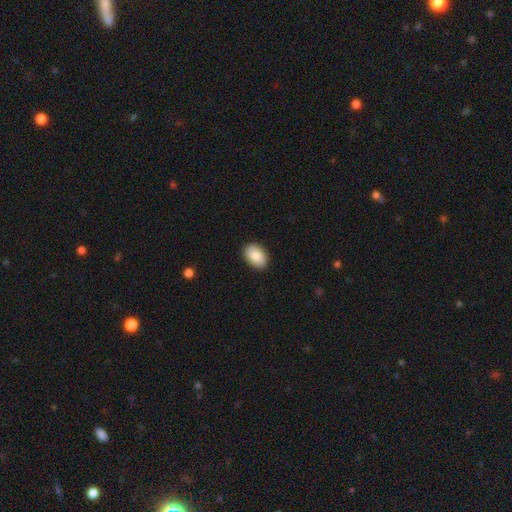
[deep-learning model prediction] Smooth or featured?
  - smooth: 87% *
  - featured or disk: 7%
  - star or artifact: 6%
How rounded?
  - in between: 86% *
  - round: 13%
  - cigar-shaped: 1%
Merging?
  - none: 89% *
  - minor disturbance: 8%
  - major disturbance: 2%
  - merger: 1%